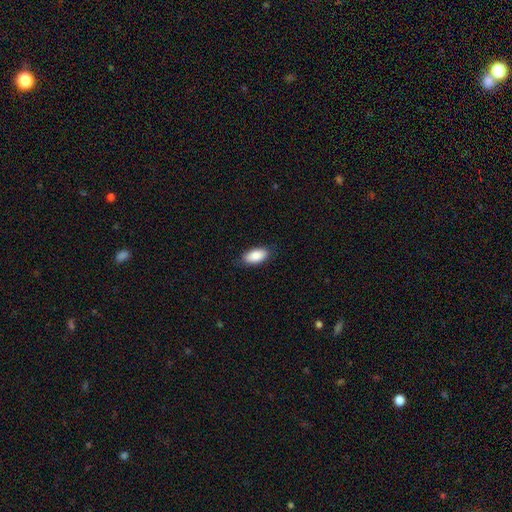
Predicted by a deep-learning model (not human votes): A smooth galaxy with no disk features (89%) that is in between round and cigar-shaped (92%).

Vote fractions:
- Smooth or featured? smooth: 89% / star or artifact: 6% / featured or disk: 5%
- How rounded? in between: 92% / cigar-shaped: 5% / round: 2%
- Merging? none: 85% / minor disturbance: 12% / major disturbance: 2% / merger: 1%